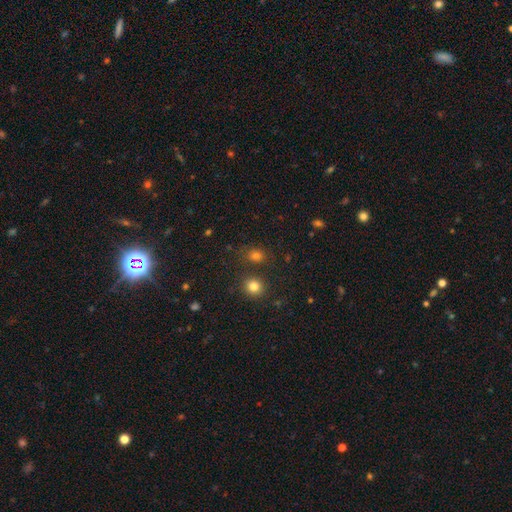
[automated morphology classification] Q: Smooth or featured?
A: smooth (75%); runner-up: star or artifact (19%)
Q: How rounded?
A: round (62%); runner-up: in between (37%)
Q: Merging?
A: none (76%); runner-up: minor disturbance (10%)